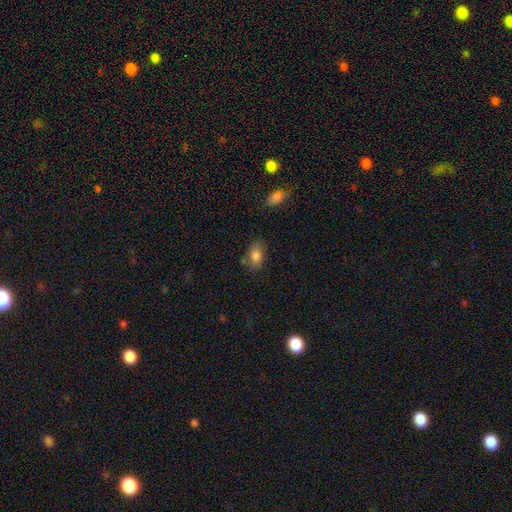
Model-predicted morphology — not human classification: type=smooth (83%); roundness=in between (88%); merging=none (66%).